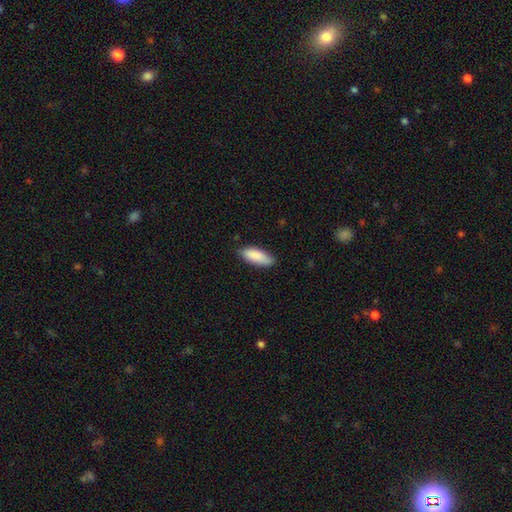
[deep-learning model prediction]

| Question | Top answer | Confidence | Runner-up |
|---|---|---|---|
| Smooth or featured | smooth | 88% | featured or disk (6%) |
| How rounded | in between | 72% | cigar-shaped (26%) |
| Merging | none | 80% | minor disturbance (17%) |